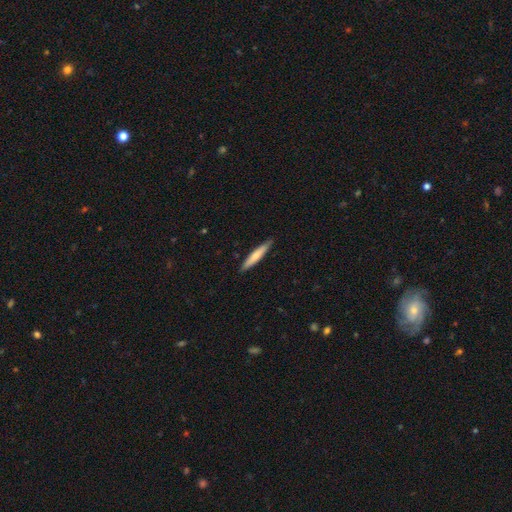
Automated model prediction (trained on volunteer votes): Smooth or featured: smooth — 66% (featured or disk — 28%)
How rounded: cigar-shaped — 92% (in between — 7%)
Merging: none — 88% (minor disturbance — 10%)